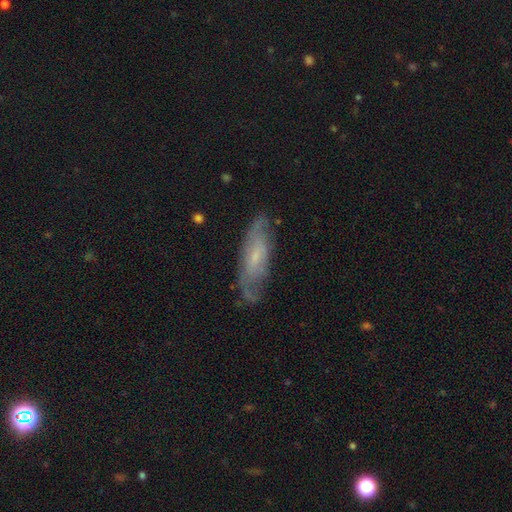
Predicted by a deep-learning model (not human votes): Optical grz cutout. It shows a featured or disk galaxy (56%). Merging: none (69%).